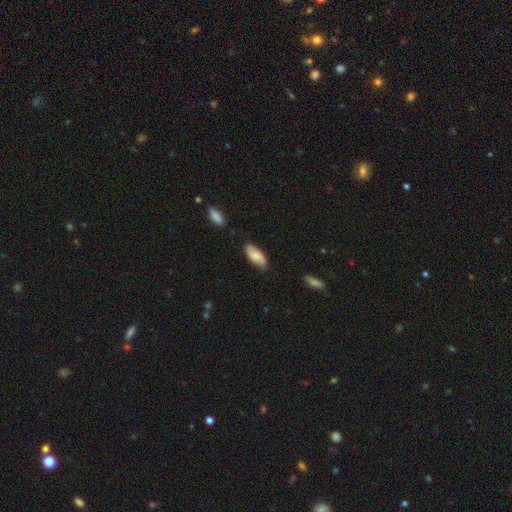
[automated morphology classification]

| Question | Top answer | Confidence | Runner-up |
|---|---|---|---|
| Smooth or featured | smooth | 76% | featured or disk (18%) |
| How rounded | in between | 89% | cigar-shaped (9%) |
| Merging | none | 82% | minor disturbance (14%) |